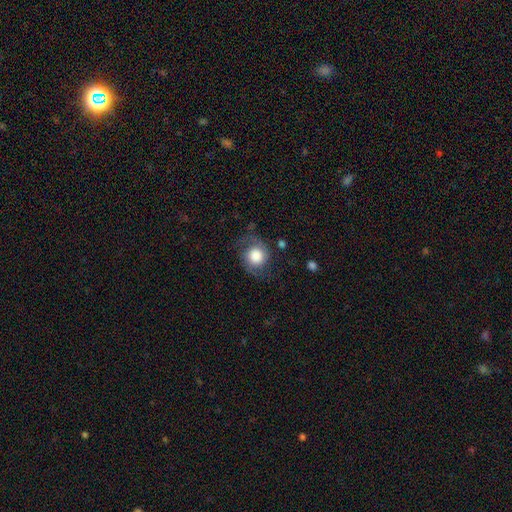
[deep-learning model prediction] Smooth or featured?
  - featured or disk: 52% *
  - smooth: 39%
  - star or artifact: 9%
Edge-on disk?
  - no: 97% *
  - yes: 3%
Bar?
  - no: 78% *
  - weak: 18%
  - strong: 4%
Spiral arms?
  - yes: 88% *
  - no: 12%
Bulge size?
  - large: 52% *
  - dominant: 26%
  - moderate: 15%
  - none: 4%
  - small: 4%
Merging?
  - none: 68% *
  - minor disturbance: 20%
  - major disturbance: 10%
  - merger: 2%